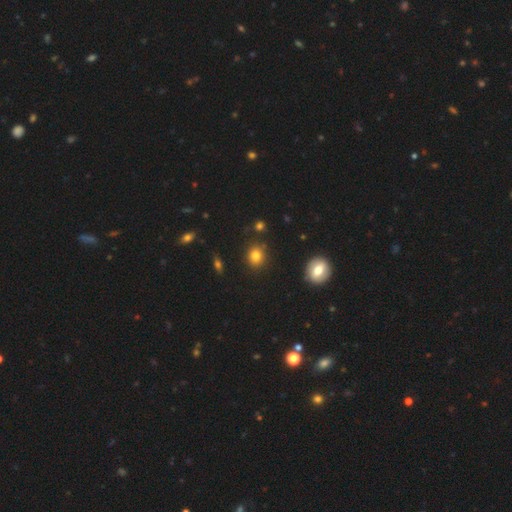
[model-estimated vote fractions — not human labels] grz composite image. It shows a smooth galaxy with no disk features (81%) that is round (72%). Merging: none (86%).